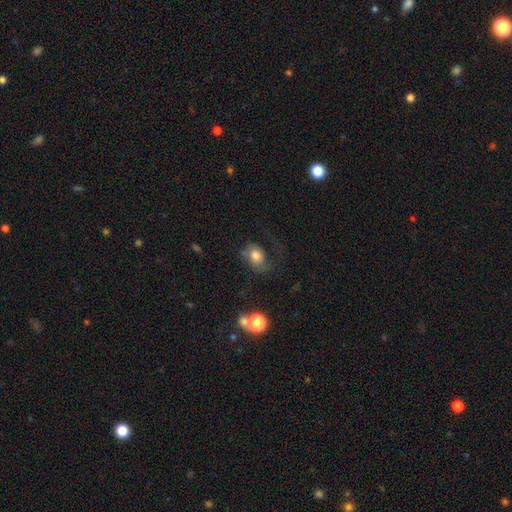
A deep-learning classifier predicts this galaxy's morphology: This is possibly a smooth galaxy (57%). How rounded: possibly in between (59%). Merging: marginally none (38%).